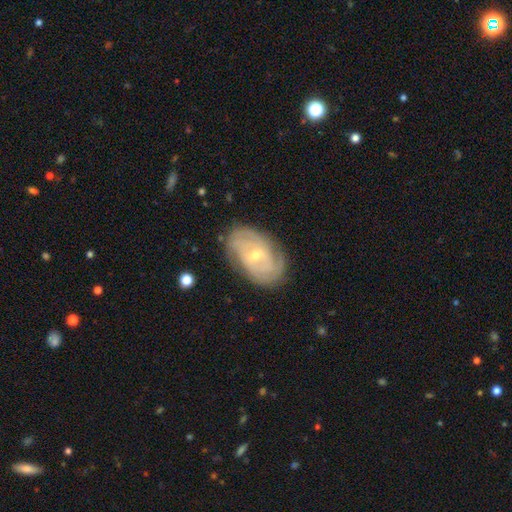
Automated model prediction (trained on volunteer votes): featured or disk 82%, smooth 12%, star or artifact 6%. Down the decision tree: edge-on disk — no (96%); bar — weak (50%); spiral arms — yes (93%); spiral arm count — can't tell (33%); spiral winding — tight (66%); bulge size — small (54%); merging — none (78%).